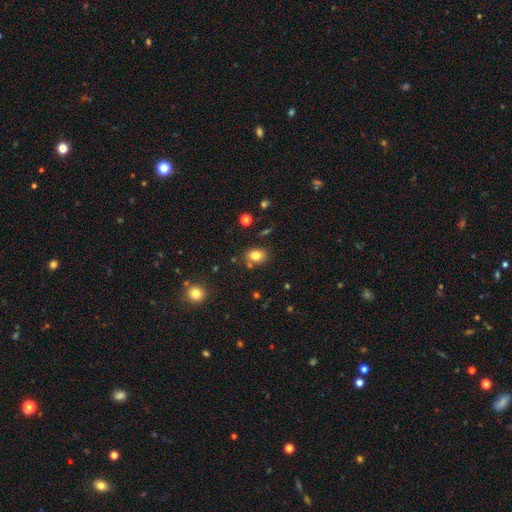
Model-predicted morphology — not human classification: Smooth or featured? Predicted: smooth (p=0.79). How rounded? Predicted: in between (p=0.62). Merging? Predicted: none (p=0.79).